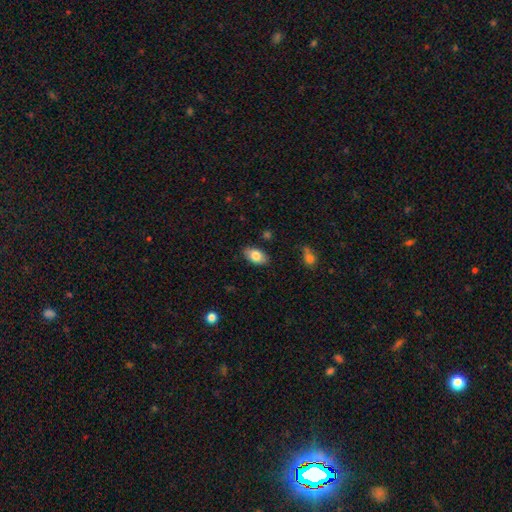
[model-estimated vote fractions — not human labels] Smooth or featured? Predicted: smooth (p=0.82). How rounded? Predicted: in between (p=0.92). Merging? Predicted: none (p=0.86).